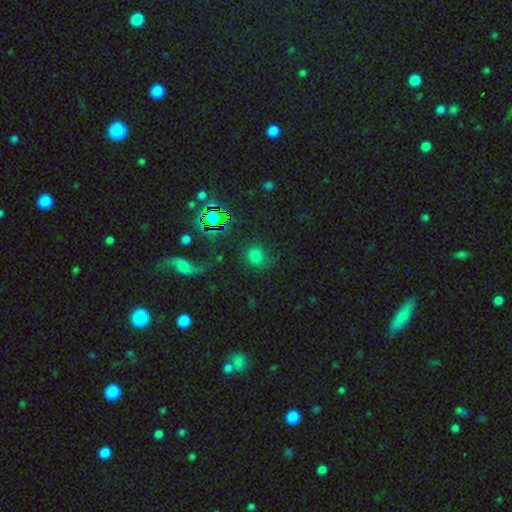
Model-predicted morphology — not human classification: This appears to be a smooth galaxy with no disk features (65%) that is round (71%). Merging: none (72%).